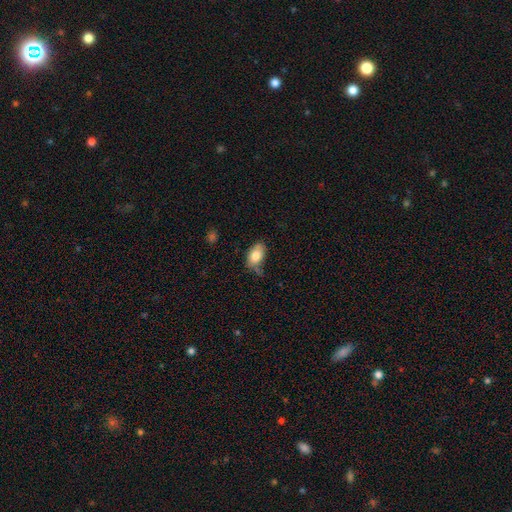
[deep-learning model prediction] smooth_or_featured: smooth (p=0.80) [alt: featured or disk p=0.13]
how_rounded: in between (p=0.90) [alt: round p=0.08]
merging: none (p=0.55) [alt: minor disturbance p=0.31]